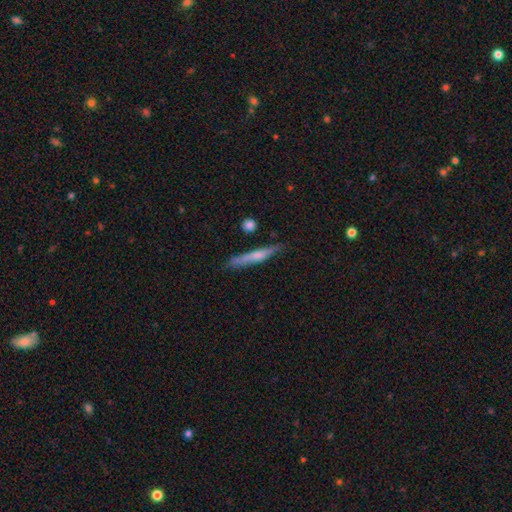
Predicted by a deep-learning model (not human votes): smooth 50%, featured or disk 43%, star or artifact 7%. Down the decision tree: how rounded — cigar-shaped (93%); merging — none (78%).